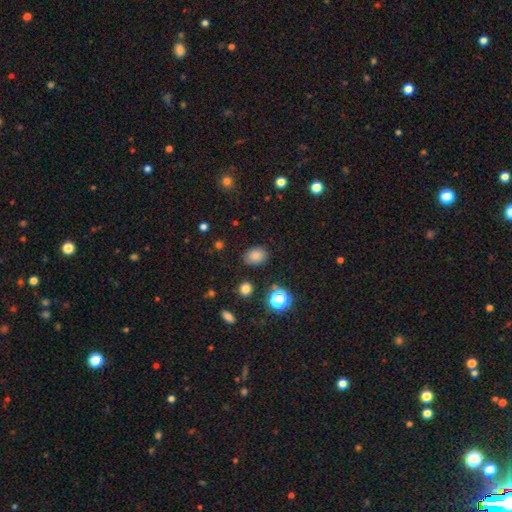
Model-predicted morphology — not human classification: A smooth galaxy with no disk features (80%) that is in between round and cigar-shaped (61%). Merging: none (83%).